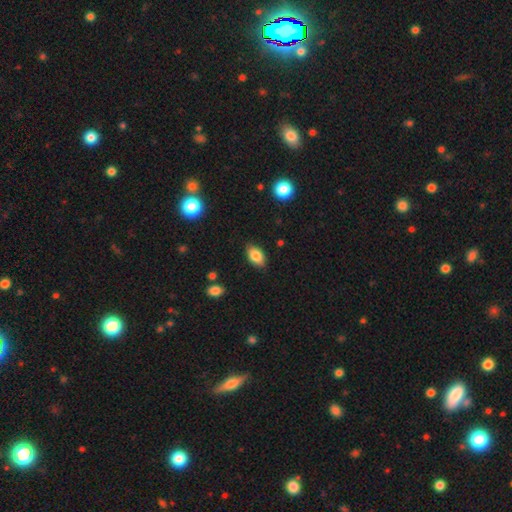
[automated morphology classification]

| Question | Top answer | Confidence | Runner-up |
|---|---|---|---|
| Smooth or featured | smooth | 83% | featured or disk (9%) |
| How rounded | in between | 91% | round (7%) |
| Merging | none | 85% | minor disturbance (12%) |